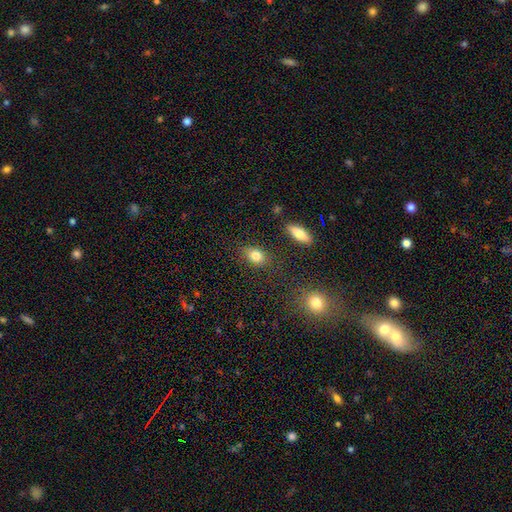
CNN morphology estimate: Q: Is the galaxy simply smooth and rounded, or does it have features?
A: smooth — 82%.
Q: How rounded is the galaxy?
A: in between — 69%.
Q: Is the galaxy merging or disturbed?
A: none — 83%.